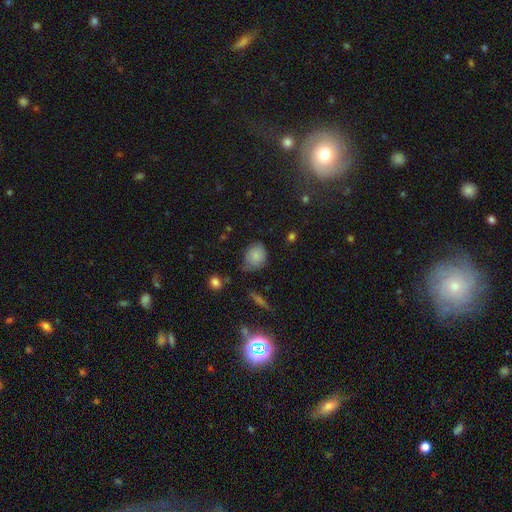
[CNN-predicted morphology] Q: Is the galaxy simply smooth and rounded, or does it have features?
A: smooth — 77%.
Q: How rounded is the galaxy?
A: round — 52%.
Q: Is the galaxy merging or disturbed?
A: none — 54%.